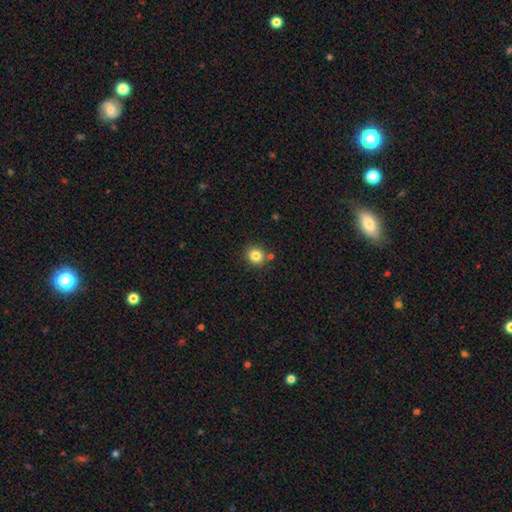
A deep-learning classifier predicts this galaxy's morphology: Q: Smooth or featured?
A: smooth (83%); runner-up: star or artifact (11%)
Q: How rounded?
A: round (87%); runner-up: in between (12%)
Q: Merging?
A: none (83%); runner-up: minor disturbance (8%)